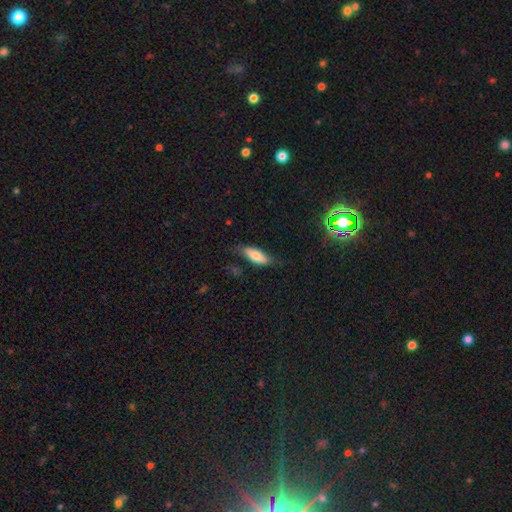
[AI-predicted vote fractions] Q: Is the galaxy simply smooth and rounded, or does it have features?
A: smooth — 74%.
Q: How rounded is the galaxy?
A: in between — 64%.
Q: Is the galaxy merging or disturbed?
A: none — 66%.